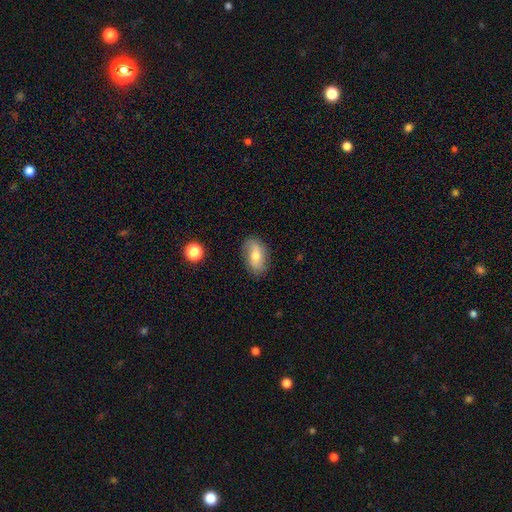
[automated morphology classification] Smooth or featured? smooth (49%)
Merging? none (81%)